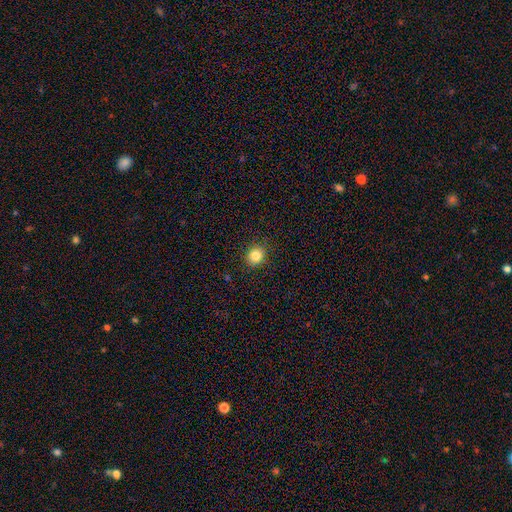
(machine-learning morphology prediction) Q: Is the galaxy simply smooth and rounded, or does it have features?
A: smooth — 84%.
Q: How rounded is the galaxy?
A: round — 85%.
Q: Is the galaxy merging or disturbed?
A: none — 90%.